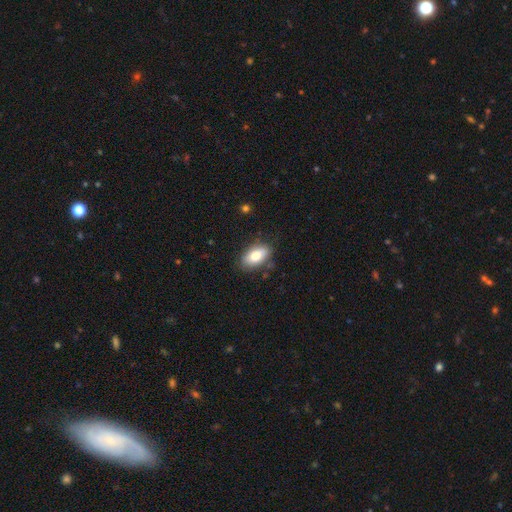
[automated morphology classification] Smooth or featured? Predicted: smooth (p=0.80). How rounded? Predicted: in between (p=0.92). Merging? Predicted: none (p=0.81).